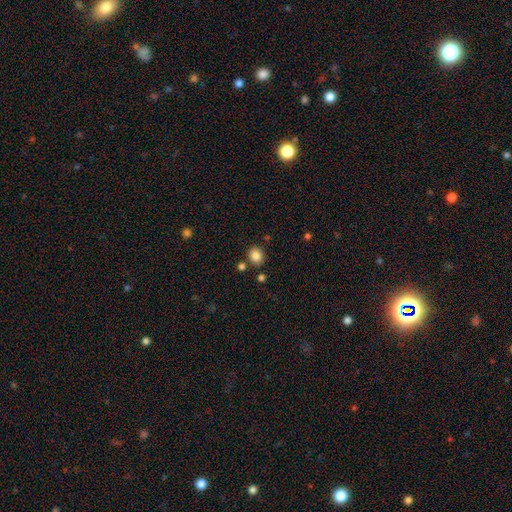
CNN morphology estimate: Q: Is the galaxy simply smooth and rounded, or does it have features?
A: smooth — 85%.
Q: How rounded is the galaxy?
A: round — 67%.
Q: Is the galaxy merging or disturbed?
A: none — 83%.